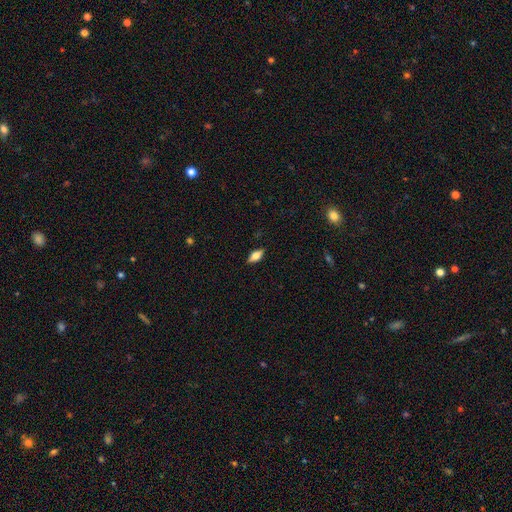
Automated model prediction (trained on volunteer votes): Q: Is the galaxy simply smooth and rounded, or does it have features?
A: smooth — 57%.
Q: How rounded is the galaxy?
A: in between — 78%.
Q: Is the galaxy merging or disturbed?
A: none — 87%.